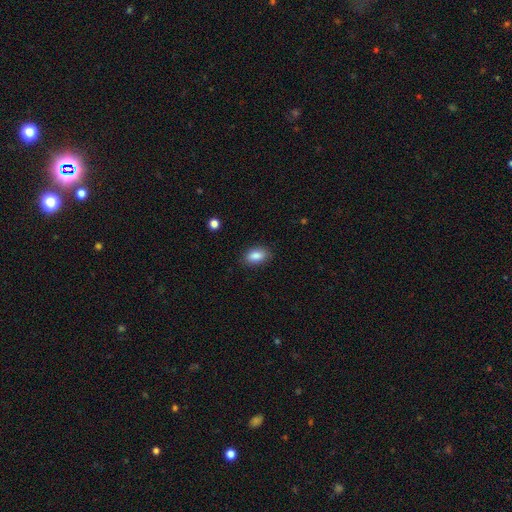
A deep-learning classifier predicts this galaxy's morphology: A smooth galaxy with no disk features (87%) that is in between round and cigar-shaped (90%). Merging: none (86%).